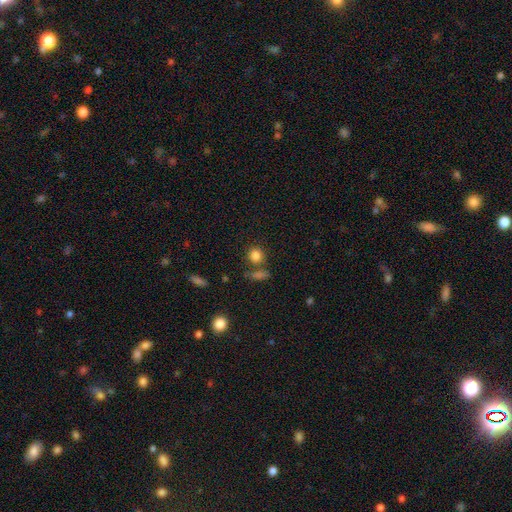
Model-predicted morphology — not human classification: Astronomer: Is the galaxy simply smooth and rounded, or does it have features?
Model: smooth — 83%.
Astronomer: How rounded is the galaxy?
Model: round — 84%.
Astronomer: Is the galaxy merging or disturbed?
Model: none — 69%.